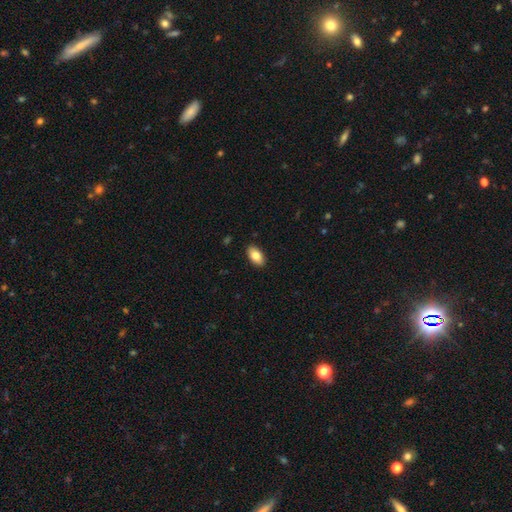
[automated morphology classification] Overall: smooth (83%). How rounded: in between (94%). Merging: none (90%).